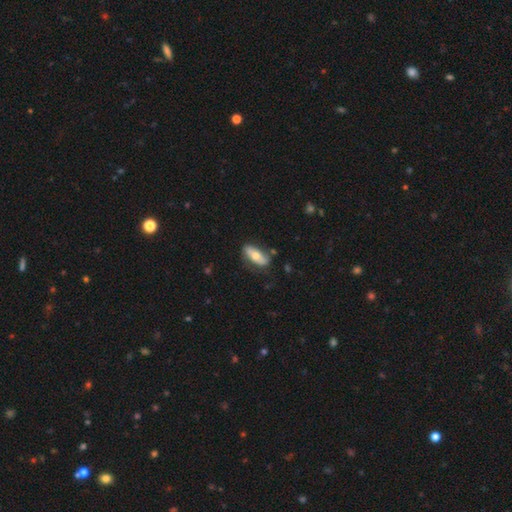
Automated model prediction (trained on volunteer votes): Smooth or featured? Predicted: smooth (p=0.56). How rounded? Predicted: in between (p=0.78). Merging? Predicted: none (p=0.71).